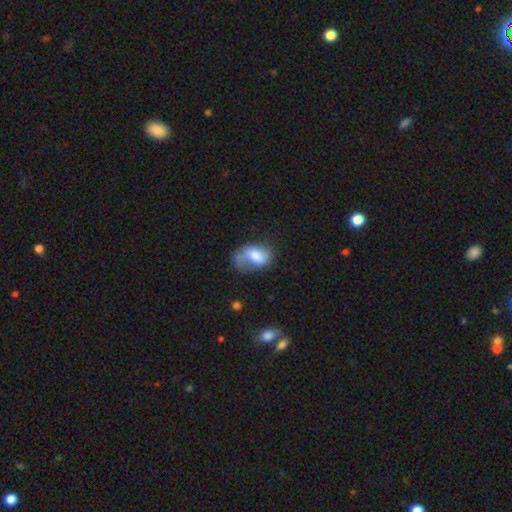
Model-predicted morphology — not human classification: Smooth or featured: smooth — 63% (featured or disk — 29%)
How rounded: in between — 83% (round — 16%)
Merging: major disturbance — 31% (tied with minor disturbance — 31%)